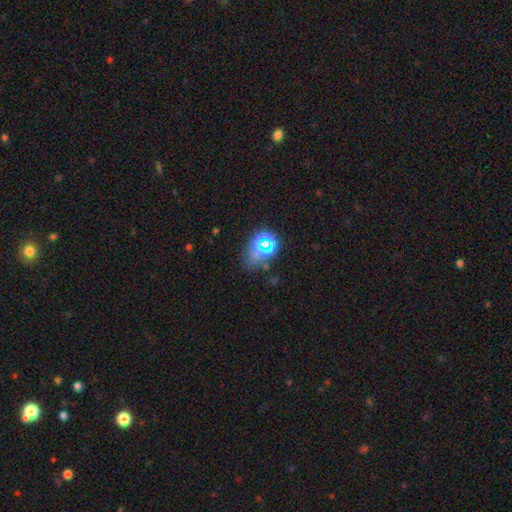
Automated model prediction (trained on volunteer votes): Smooth or featured? star or artifact (49%)